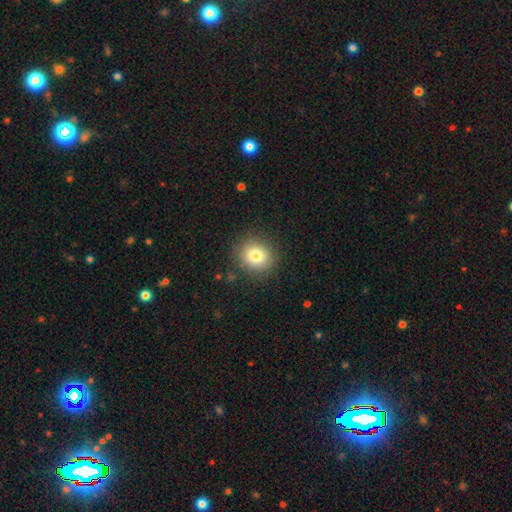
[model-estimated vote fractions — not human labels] Overall: smooth (80%). How rounded: round (83%). Merging: none (87%).